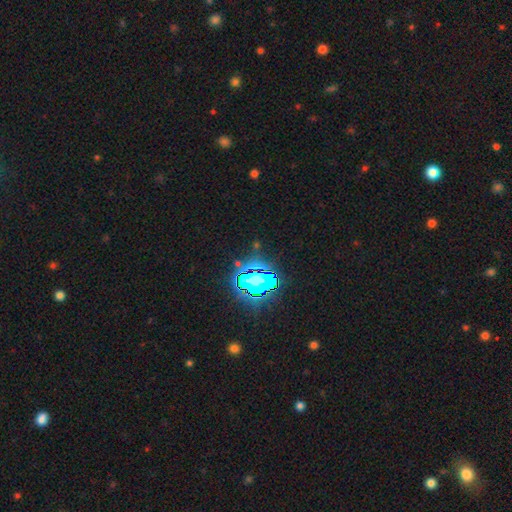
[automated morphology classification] Overall: star or artifact (76%).